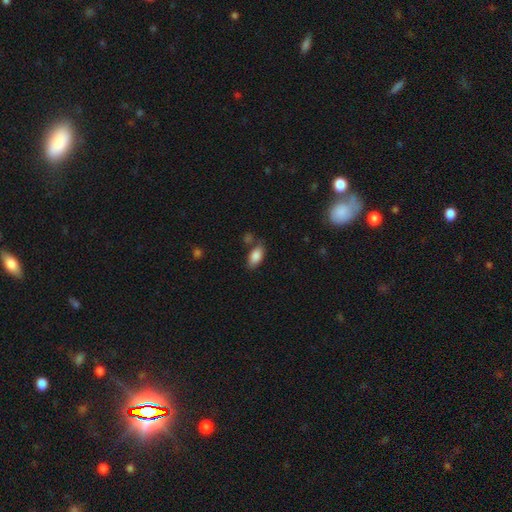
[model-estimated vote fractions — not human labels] Morphology: type=smooth (86%); roundness=in between (92%); merging=none (68%).